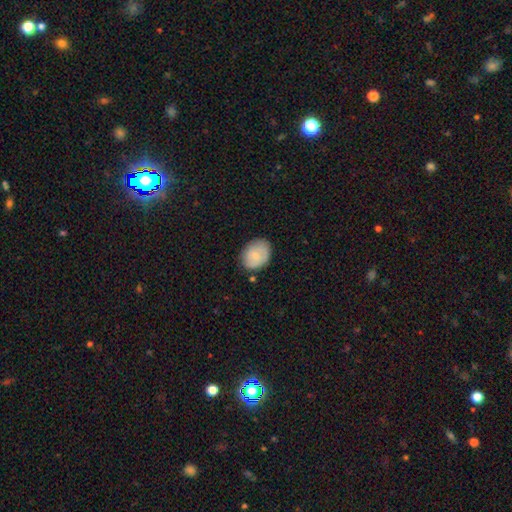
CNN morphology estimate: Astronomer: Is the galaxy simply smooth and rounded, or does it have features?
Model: smooth — 70%.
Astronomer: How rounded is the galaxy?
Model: in between — 60% (runner-up: round, 39%).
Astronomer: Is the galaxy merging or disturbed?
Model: none — 75%.